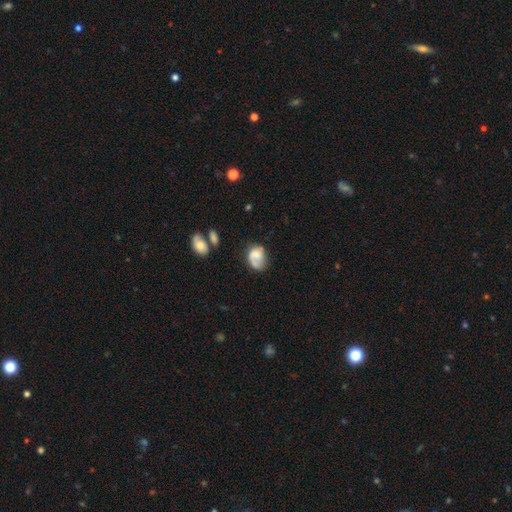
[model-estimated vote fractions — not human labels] This appears to be a smooth galaxy with no disk features (61%) that is in between round and cigar-shaped (65%). Merging: none (37%).